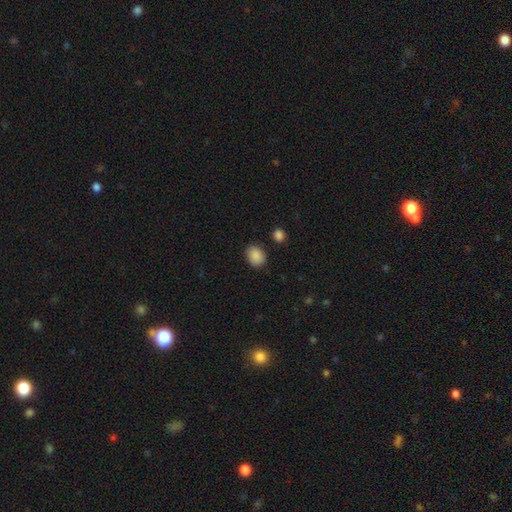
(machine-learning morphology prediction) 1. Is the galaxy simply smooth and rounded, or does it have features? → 89% smooth, 8% star or artifact, 3% featured or disk.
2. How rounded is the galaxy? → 51% in between, 48% round, 1% cigar-shaped.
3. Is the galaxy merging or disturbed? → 84% none, 11% minor disturbance, 3% major disturbance, 3% merger.